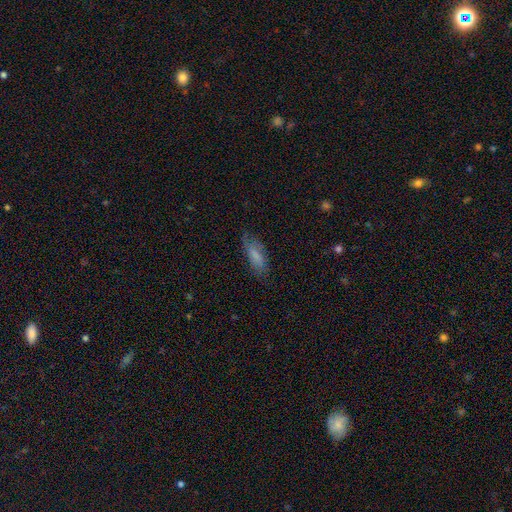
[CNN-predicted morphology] smooth 70%, featured or disk 22%, star or artifact 8%. Down the decision tree: how rounded — in between (66%); merging — none (67%).